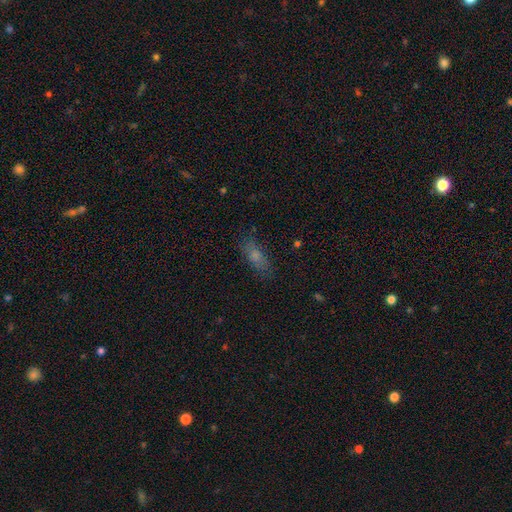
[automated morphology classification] Smooth or featured? smooth (71%)
How rounded? in between (66%)
Merging? none (78%)